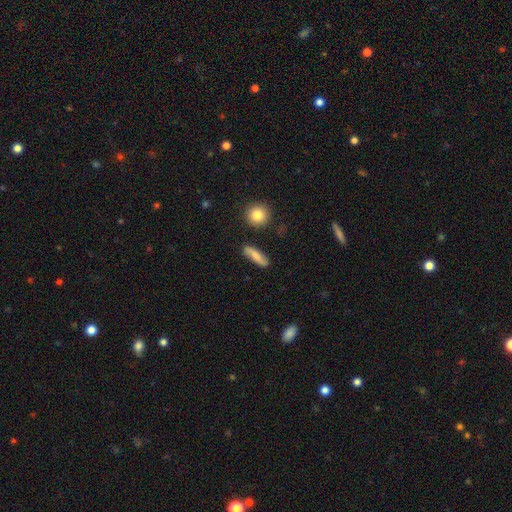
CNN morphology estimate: Q: Smooth or featured?
A: smooth (65%); runner-up: featured or disk (27%)
Q: How rounded?
A: cigar-shaped (59%); runner-up: in between (36%)
Q: Merging?
A: none (81%); runner-up: minor disturbance (13%)